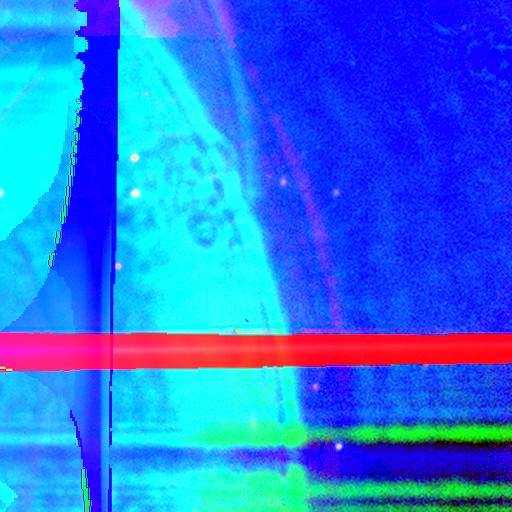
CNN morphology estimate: Q: Smooth or featured?
A: star or artifact (88%); runner-up: featured or disk (7%)